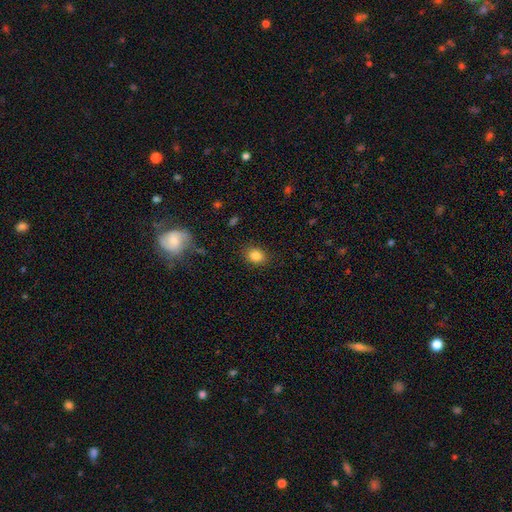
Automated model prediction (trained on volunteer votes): smooth-or-featured: smooth: 85% | star or artifact: 10% | featured or disk: 5%
  how-rounded: in between: 54% | round: 45% | cigar-shaped: 1%
  merging: none: 86% | minor disturbance: 10% | major disturbance: 3% | merger: 1%